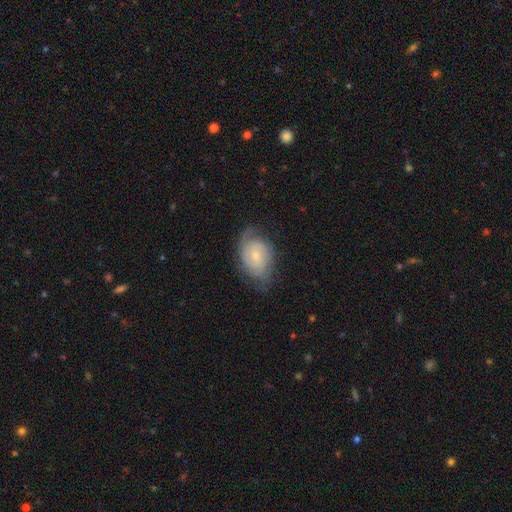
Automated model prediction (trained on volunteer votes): Q: Smooth or featured?
A: featured or disk (65%); runner-up: smooth (28%)
Q: Edge-on disk?
A: no (96%); runner-up: yes (4%)
Q: Bar?
A: no (64%); runner-up: weak (32%)
Q: Spiral arms?
A: yes (88%); runner-up: no (12%)
Q: Spiral winding?
A: tight (50%); runner-up: medium (36%)
Q: Spiral arm count?
A: 2 (46%); runner-up: can't tell (32%)
Q: Bulge size?
A: small (67%); runner-up: moderate (27%)
Q: Merging?
A: none (63%); runner-up: minor disturbance (25%)